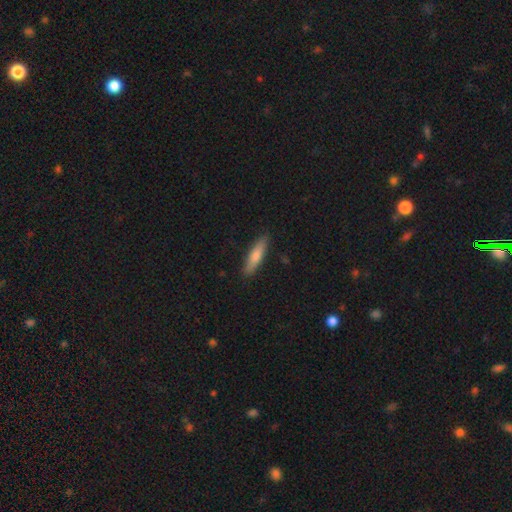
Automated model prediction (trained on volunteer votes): Smooth or featured: smooth — 68% (featured or disk — 26%)
How rounded: cigar-shaped — 80% (in between — 18%)
Merging: none — 89% (minor disturbance — 8%)